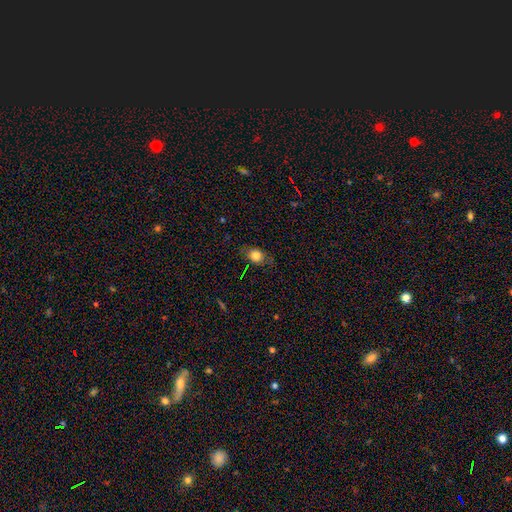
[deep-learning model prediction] smooth-or-featured: smooth: 79% | featured or disk: 11% | star or artifact: 10%
  how-rounded: in between: 49% | round: 48% | cigar-shaped: 2%
  merging: none: 74% | minor disturbance: 20% | major disturbance: 5% | merger: 1%